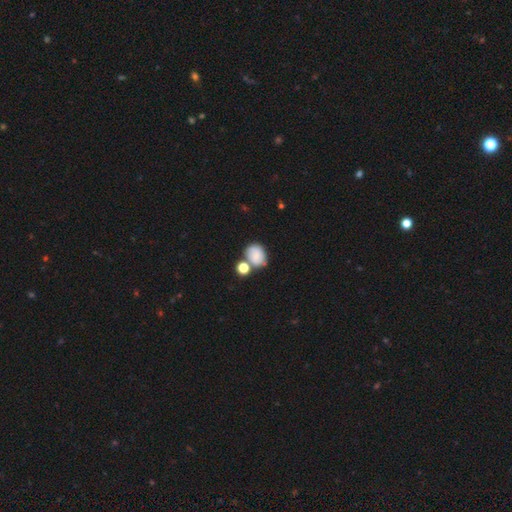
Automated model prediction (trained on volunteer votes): Morphology: type=smooth (69%); roundness=round (50%); merging=none (52%).